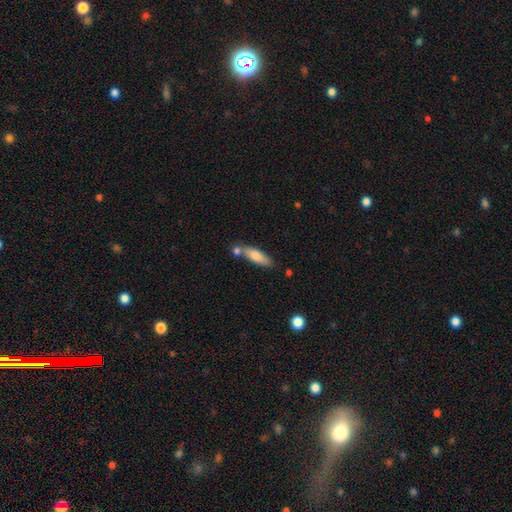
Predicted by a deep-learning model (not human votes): Overall: smooth (75%). How rounded: in between (49%, tied with cigar-shaped). Merging: none (62%).